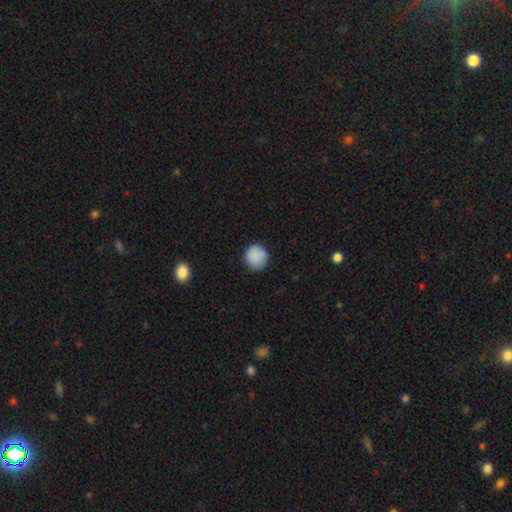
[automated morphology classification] This is clearly a smooth galaxy (89%). How rounded: clearly round (93%). Merging: clearly none (89%).